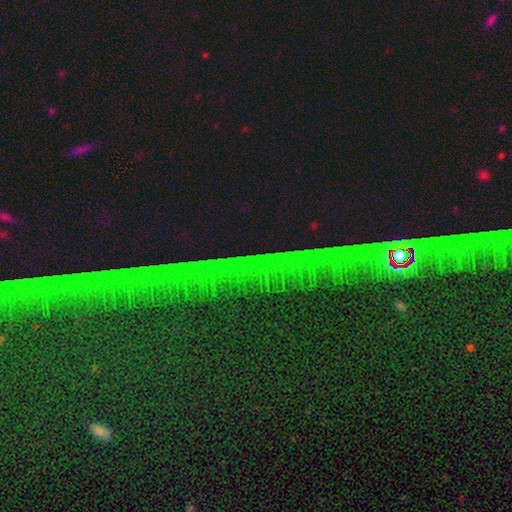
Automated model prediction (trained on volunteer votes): smooth-or-featured: star or artifact: 84% | featured or disk: 8% | smooth: 8%